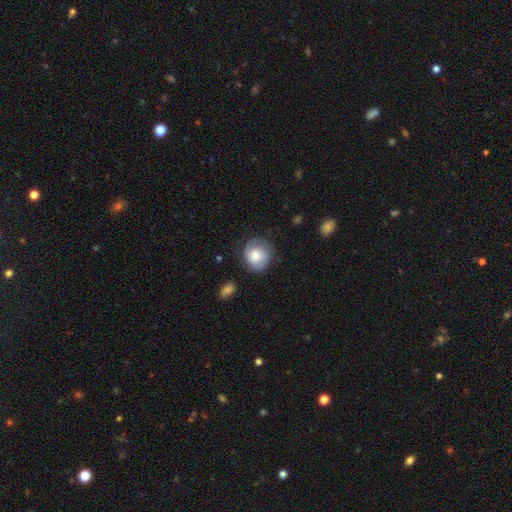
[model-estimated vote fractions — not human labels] Smooth or featured? smooth (48%)
Merging? none (71%)